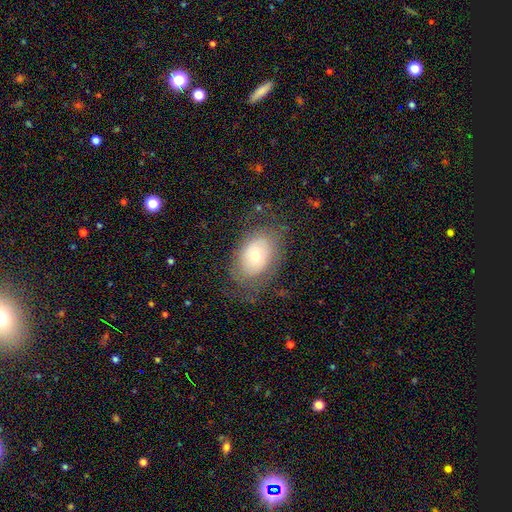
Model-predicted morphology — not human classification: Overall: smooth (49%; featured or disk 42%). Merging: none (68%).